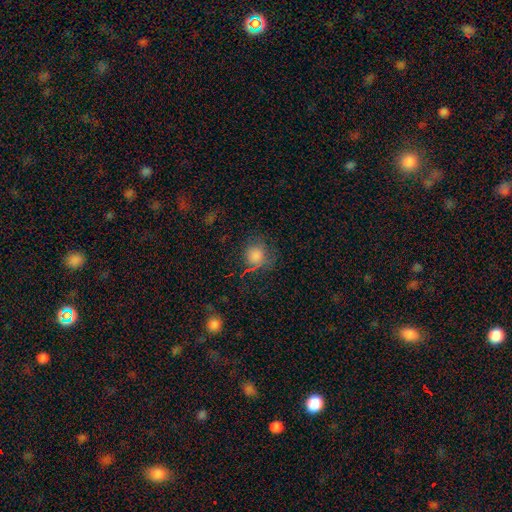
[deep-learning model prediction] Smooth or featured: smooth — 79% (star or artifact — 14%)
How rounded: round — 84% (in between — 15%)
Merging: none — 69% (minor disturbance — 20%)